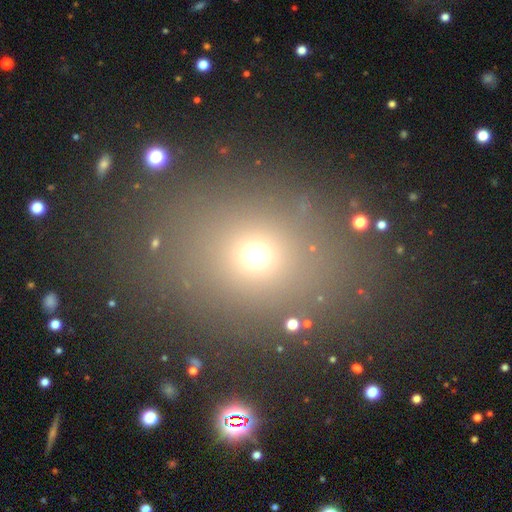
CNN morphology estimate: smooth 63%, star or artifact 27%, featured or disk 9%. Down the decision tree: how rounded — round (61%); merging — none (83%).